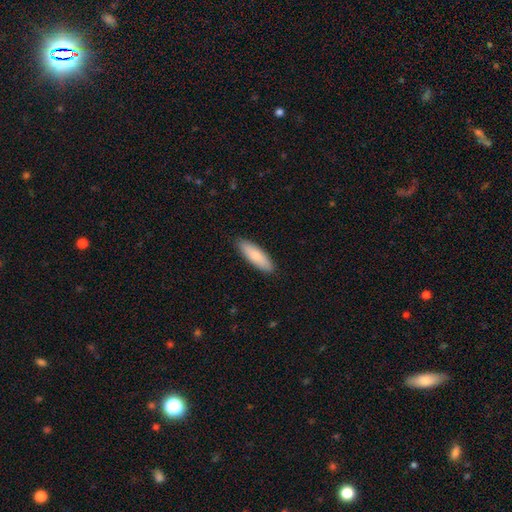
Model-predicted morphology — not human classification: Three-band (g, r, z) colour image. It shows a smooth galaxy with no disk features (82%) that is cigar-shaped (50%). Merging: none (89%).